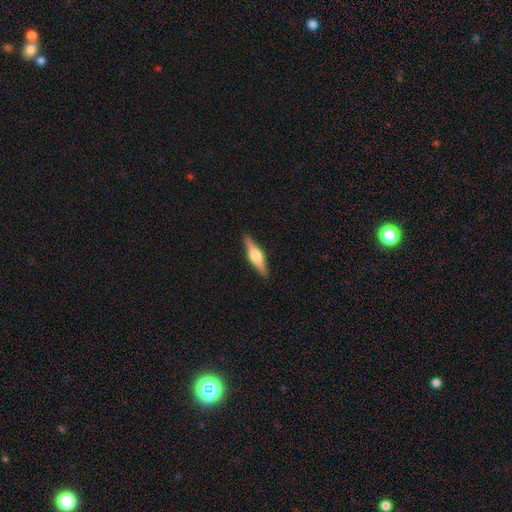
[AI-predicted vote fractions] A featured or disk galaxy (69%) viewed edge-on (97%) with a rounded central bulge (89%). Merging: none (91%).